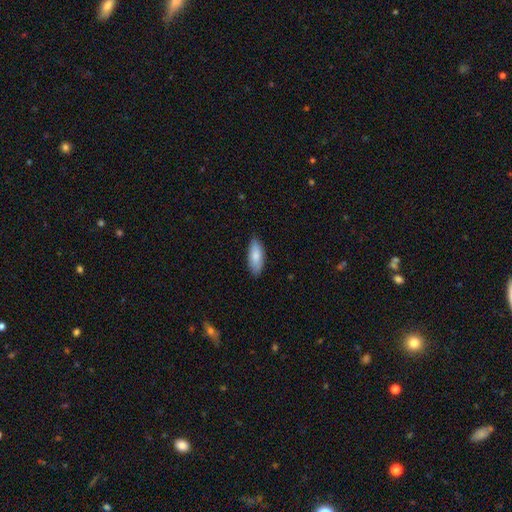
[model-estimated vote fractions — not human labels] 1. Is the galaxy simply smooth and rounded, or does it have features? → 83% smooth, 11% featured or disk, 5% star or artifact.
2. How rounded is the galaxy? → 78% in between, 20% cigar-shaped, 2% round.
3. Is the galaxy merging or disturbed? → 84% none, 13% minor disturbance, 2% major disturbance, 1% merger.